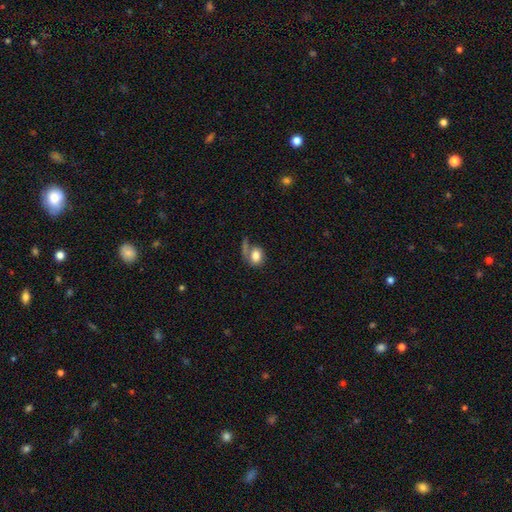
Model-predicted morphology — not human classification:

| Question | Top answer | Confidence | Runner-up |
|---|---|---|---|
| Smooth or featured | smooth | 77% | featured or disk (15%) |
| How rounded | in between | 62% | round (36%) |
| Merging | none | 44% | merger (21%) |